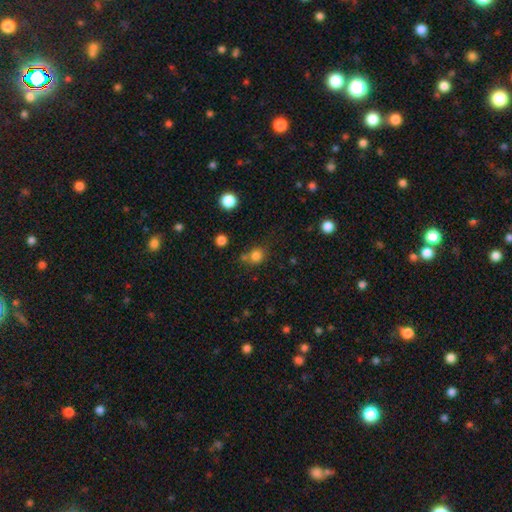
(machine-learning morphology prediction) smooth-or-featured: smooth: 80% | star or artifact: 14% | featured or disk: 6%
  how-rounded: round: 79% | in between: 20% | cigar-shaped: 1%
  merging: none: 65% | merger: 17% | minor disturbance: 14% | major disturbance: 5%